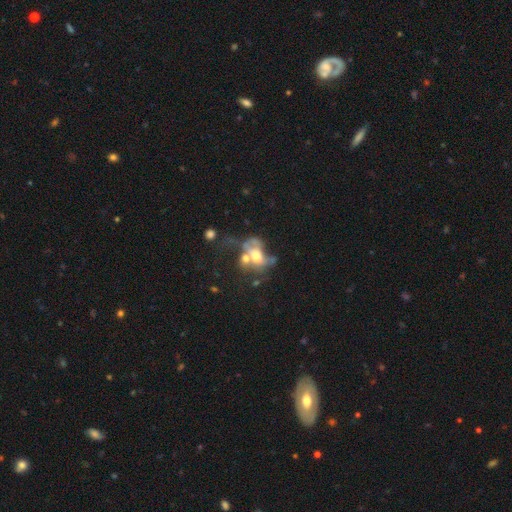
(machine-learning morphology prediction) Q: Smooth or featured?
A: featured or disk (50%); runner-up: smooth (38%)
Q: Edge-on disk?
A: no (96%); runner-up: yes (4%)
Q: Merging?
A: merger (45%); runner-up: major disturbance (30%)